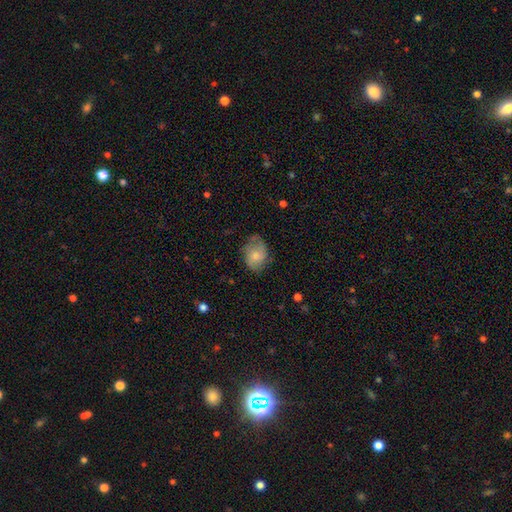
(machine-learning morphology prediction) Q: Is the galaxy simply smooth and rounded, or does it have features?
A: smooth — 61%.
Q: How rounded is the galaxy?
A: in between — 65%.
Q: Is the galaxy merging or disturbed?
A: none — 58%.